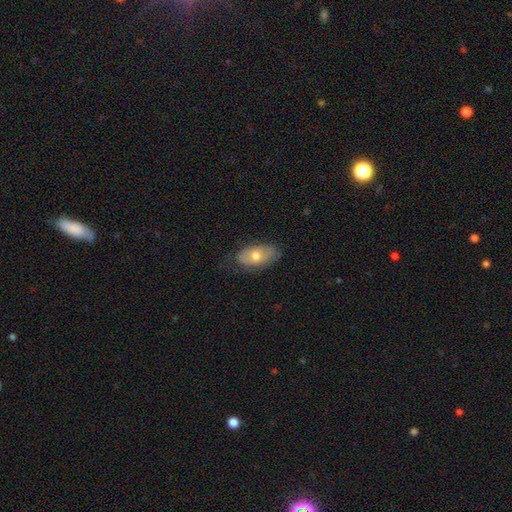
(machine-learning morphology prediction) Smooth or featured?
  - smooth: 63% *
  - featured or disk: 30%
  - star or artifact: 7%
How rounded?
  - in between: 92% *
  - round: 5%
  - cigar-shaped: 3%
Merging?
  - none: 69% *
  - minor disturbance: 24%
  - major disturbance: 6%
  - merger: 1%